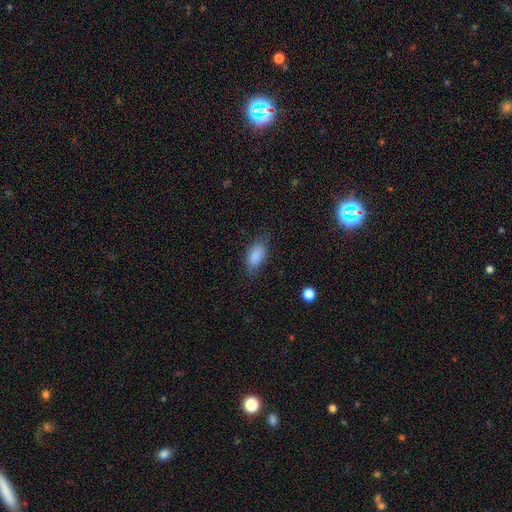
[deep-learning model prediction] Q: Smooth or featured?
A: smooth (87%); runner-up: star or artifact (8%)
Q: How rounded?
A: in between (91%); runner-up: cigar-shaped (5%)
Q: Merging?
A: none (73%); runner-up: minor disturbance (20%)